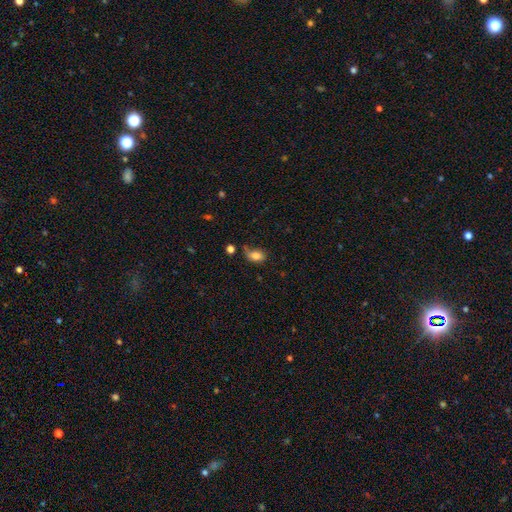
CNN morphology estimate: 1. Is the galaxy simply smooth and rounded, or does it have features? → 79% smooth, 12% featured or disk, 9% star or artifact.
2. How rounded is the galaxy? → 81% in between, 16% round, 2% cigar-shaped.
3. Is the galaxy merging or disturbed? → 43% none, 30% minor disturbance, 19% major disturbance, 8% merger.